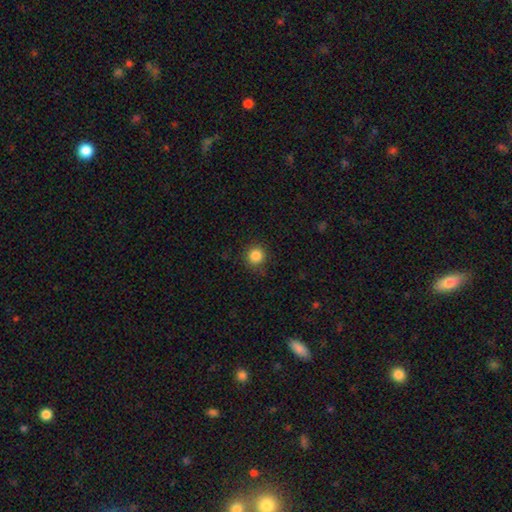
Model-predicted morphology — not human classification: smooth 85%, star or artifact 11%, featured or disk 4%. Down the decision tree: how rounded — round (93%); merging — none (86%).